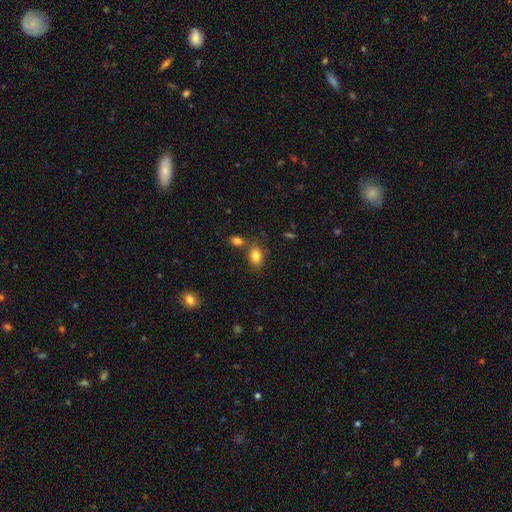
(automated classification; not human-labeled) Smooth or featured: smooth — 82% (star or artifact — 10%)
How rounded: in between — 77% (round — 21%)
Merging: none — 66% (merger — 18%)